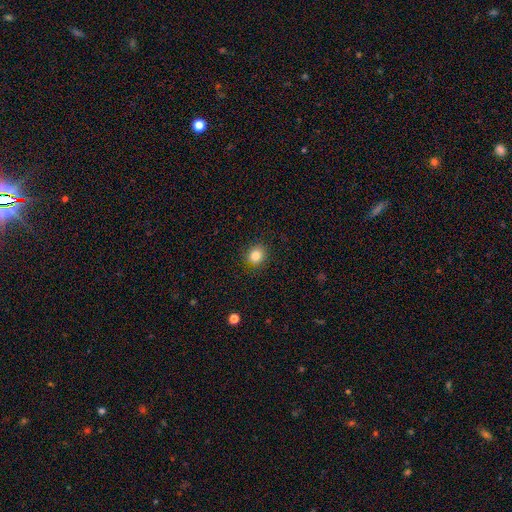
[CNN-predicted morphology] This appears to be a smooth galaxy with no disk features (84%) that is round (80%). Merging: none (90%).